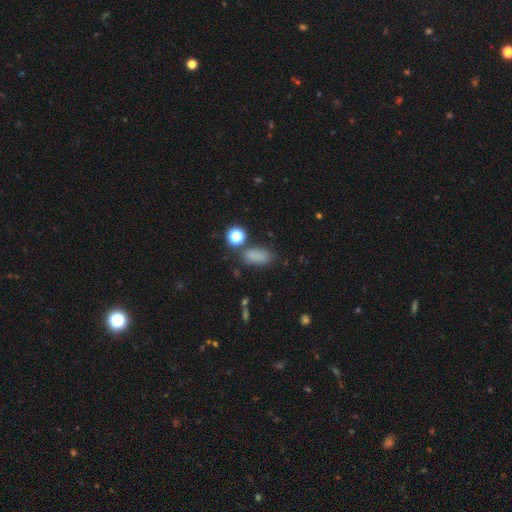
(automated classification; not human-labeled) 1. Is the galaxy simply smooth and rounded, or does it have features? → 78% smooth, 16% star or artifact, 6% featured or disk.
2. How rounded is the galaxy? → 82% in between, 10% round, 8% cigar-shaped.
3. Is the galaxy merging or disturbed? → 68% none, 18% minor disturbance, 8% merger, 6% major disturbance.